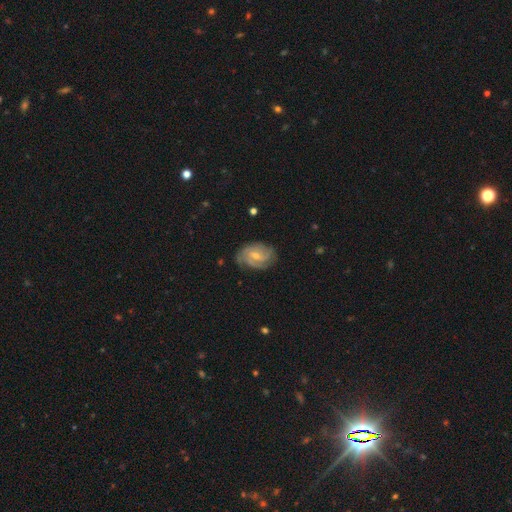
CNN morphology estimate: Smooth or featured? Predicted: featured or disk (p=0.79). Edge-on disk? Predicted: no (p=0.97). Bar? Predicted: weak (p=0.53). Spiral arms? Predicted: yes (p=0.94). Spiral winding? Predicted: tight (p=0.49). Spiral arm count? Predicted: 3 (p=0.33). Bulge size? Predicted: small (p=0.56). Merging? Predicted: none (p=0.71).